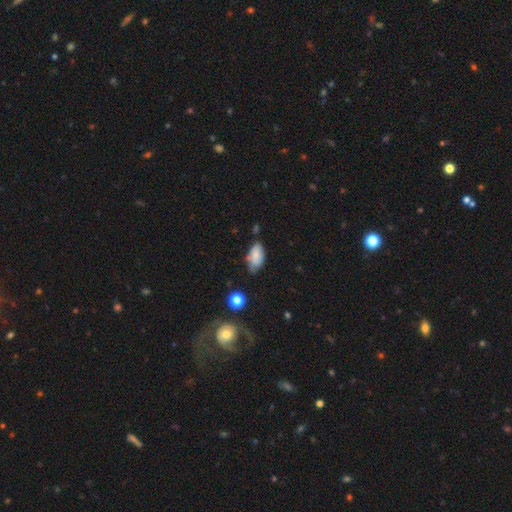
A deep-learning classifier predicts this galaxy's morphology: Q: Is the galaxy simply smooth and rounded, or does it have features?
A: smooth — 77%.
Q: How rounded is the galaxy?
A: in between — 93%.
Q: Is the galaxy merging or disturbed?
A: none — 52%.